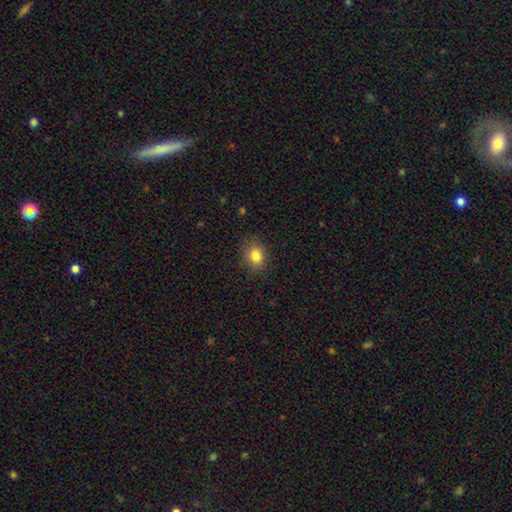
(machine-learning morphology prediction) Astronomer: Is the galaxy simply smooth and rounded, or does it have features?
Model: smooth — 83%.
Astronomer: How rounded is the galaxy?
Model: round — 59% (runner-up: in between, 40%).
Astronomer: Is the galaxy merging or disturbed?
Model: none — 86%.